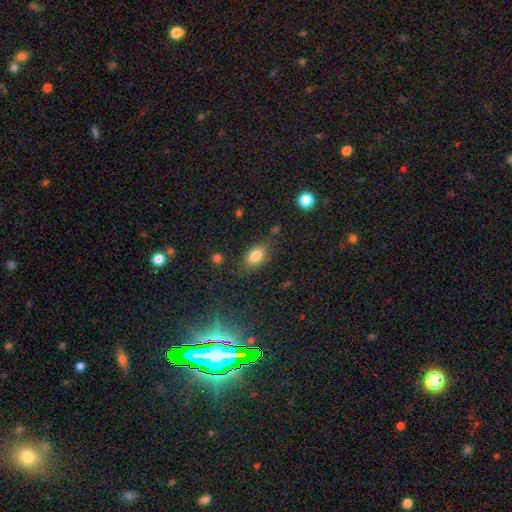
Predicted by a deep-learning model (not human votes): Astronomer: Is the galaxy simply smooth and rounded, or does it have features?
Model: smooth — 81%.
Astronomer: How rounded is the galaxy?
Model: in between — 85%.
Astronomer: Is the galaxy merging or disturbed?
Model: none — 74%.